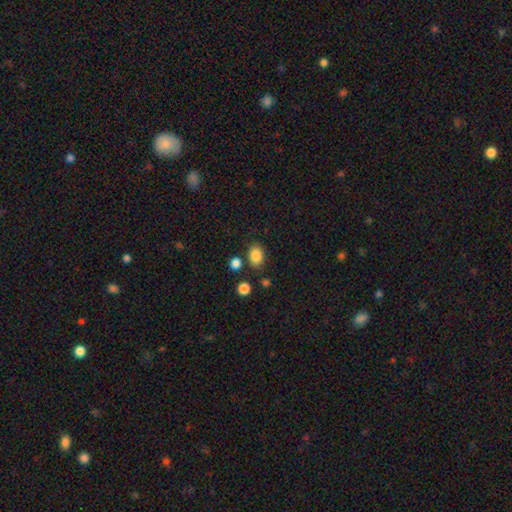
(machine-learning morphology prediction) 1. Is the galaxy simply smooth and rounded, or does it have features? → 85% smooth, 10% star or artifact, 5% featured or disk.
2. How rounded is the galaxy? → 72% in between, 27% round, 1% cigar-shaped.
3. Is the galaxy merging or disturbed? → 77% none, 13% minor disturbance, 6% merger, 4% major disturbance.